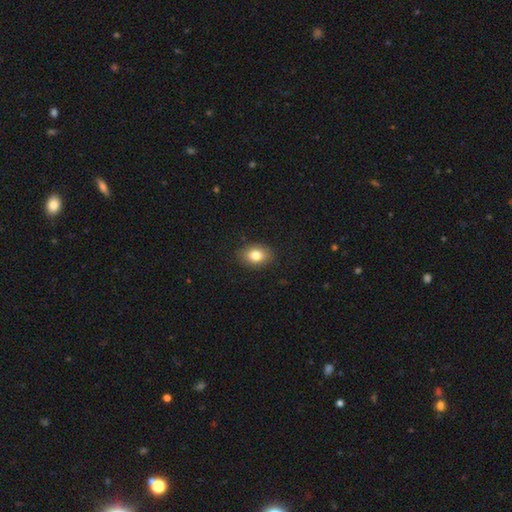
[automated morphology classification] Smooth or featured: smooth — 82% (star or artifact — 9%)
How rounded: in between — 74% (round — 24%)
Merging: none — 87% (minor disturbance — 9%)